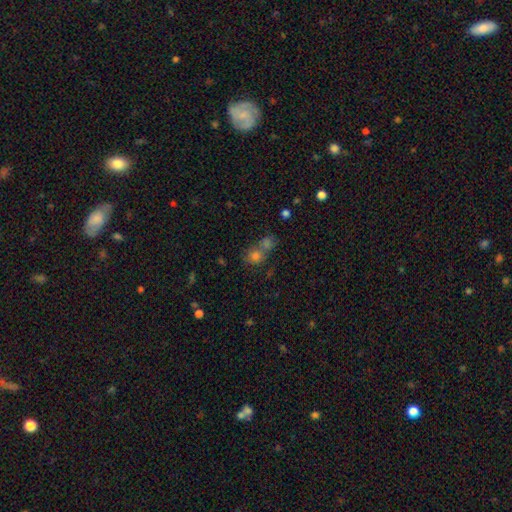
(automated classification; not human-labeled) smooth_or_featured: smooth (p=0.68) [alt: star or artifact p=0.20]
how_rounded: round (p=0.71) [alt: in between p=0.27]
merging: merger (p=0.51) [alt: none p=0.37]